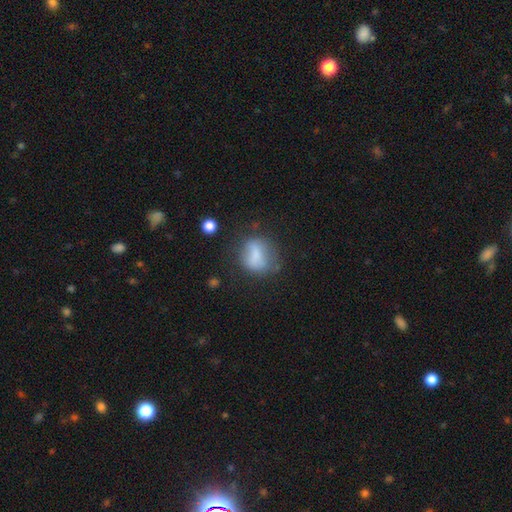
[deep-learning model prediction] The model was most divided on "how rounded": round: 52%, in between: 46%, cigar-shaped: 2%. More confident: smooth or featured — smooth (68%); merging — none (50%).